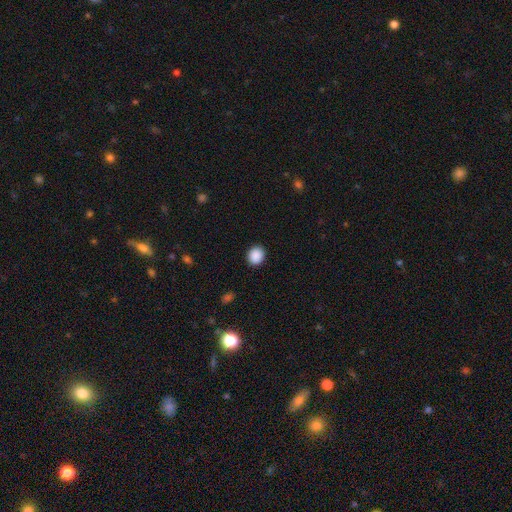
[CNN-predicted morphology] This appears to be a smooth galaxy with no disk features (89%) that is round (74%). Merging: none (91%).